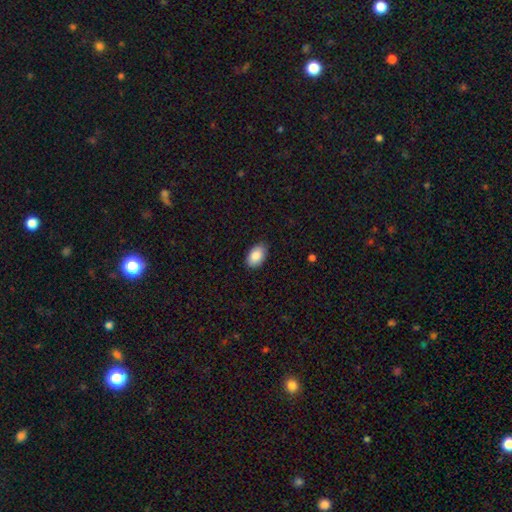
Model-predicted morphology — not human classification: A smooth galaxy with no disk features (87%) that is in between round and cigar-shaped (93%). Merging: none (85%).